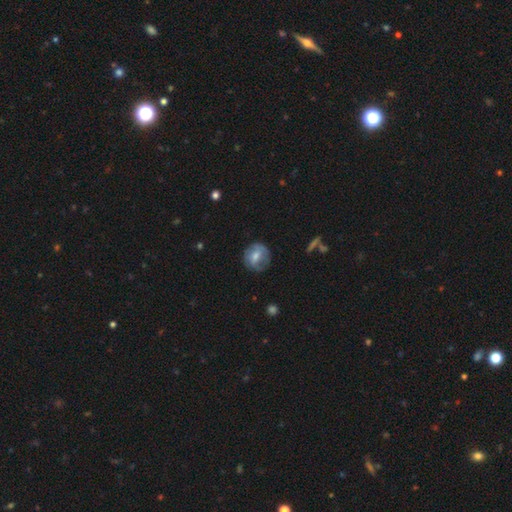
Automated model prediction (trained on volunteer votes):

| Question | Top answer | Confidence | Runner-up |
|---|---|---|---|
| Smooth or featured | smooth | 54% | featured or disk (39%) |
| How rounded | round | 81% | in between (18%) |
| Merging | none | 72% | minor disturbance (20%) |